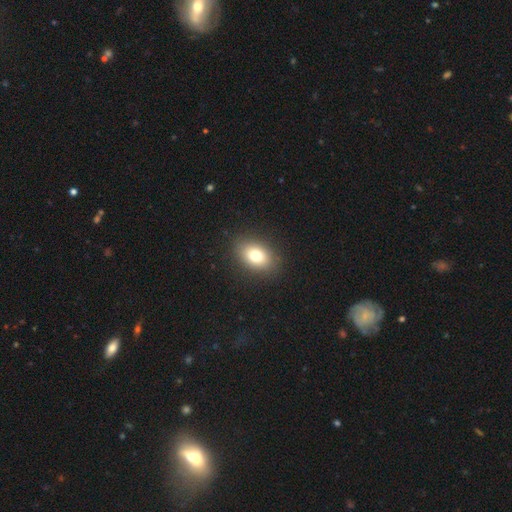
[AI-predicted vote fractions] Smooth or featured: smooth — 77% (featured or disk — 13%)
How rounded: in between — 81% (round — 17%)
Merging: none — 88% (minor disturbance — 8%)